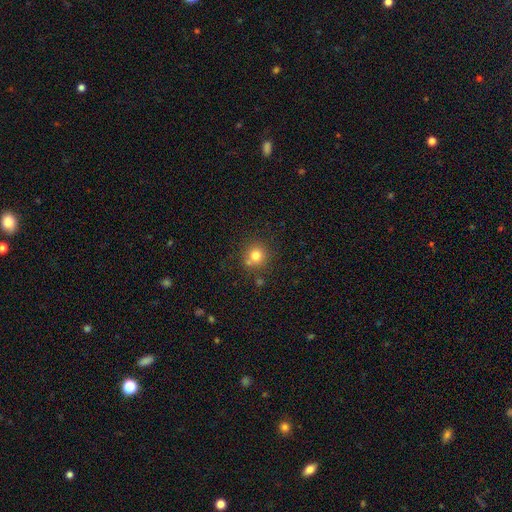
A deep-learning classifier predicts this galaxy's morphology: This appears to be a smooth galaxy with no disk features (78%) that is round (91%). Merging: none (74%).